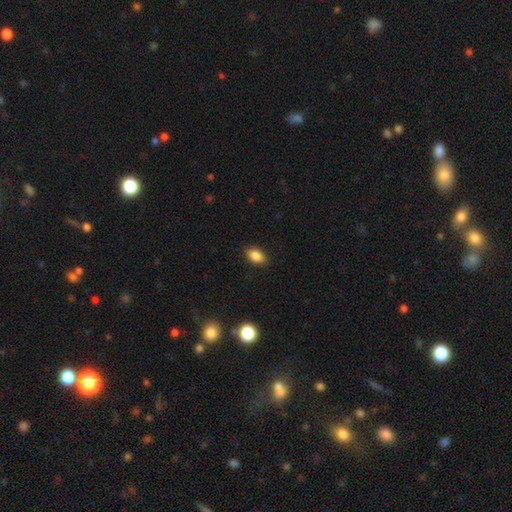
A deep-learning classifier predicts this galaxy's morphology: Overall: smooth (86%). How rounded: in between (87%). Merging: none (89%).